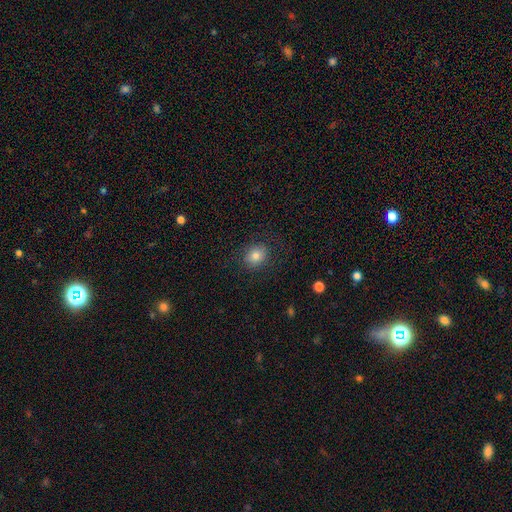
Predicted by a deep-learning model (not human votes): smooth 80%, star or artifact 11%, featured or disk 9%. Down the decision tree: how rounded — round (65%); merging — none (85%).